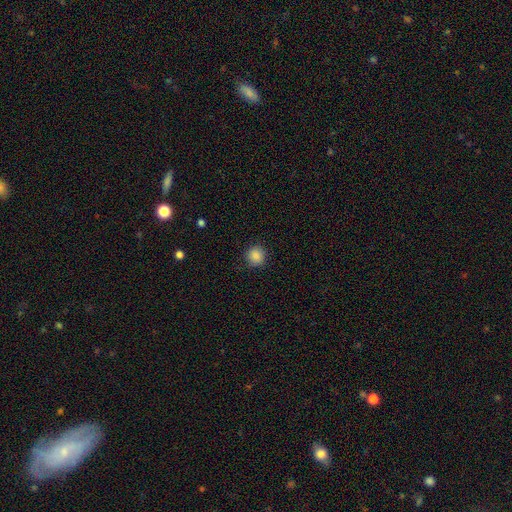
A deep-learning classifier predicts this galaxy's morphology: smooth 87%, star or artifact 10%, featured or disk 3%. Down the decision tree: how rounded — round (89%); merging — none (87%).